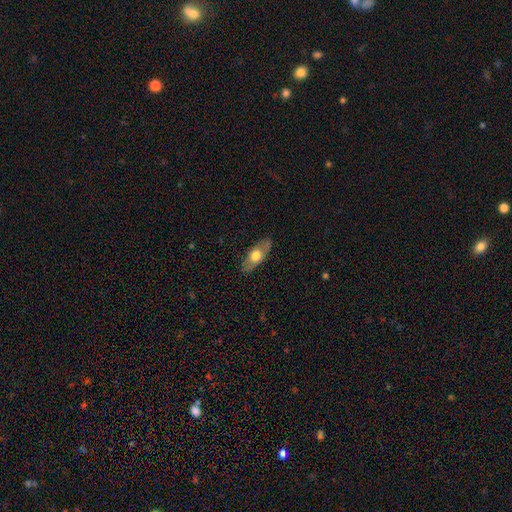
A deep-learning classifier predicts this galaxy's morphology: A smooth galaxy with no disk features (55%) that is in between round and cigar-shaped (76%).

Vote fractions:
- Smooth or featured? smooth: 55% / featured or disk: 40% / star or artifact: 6%
- How rounded? in between: 76% / cigar-shaped: 19% / round: 5%
- Merging? none: 84% / minor disturbance: 12% / major disturbance: 3% / merger: 1%